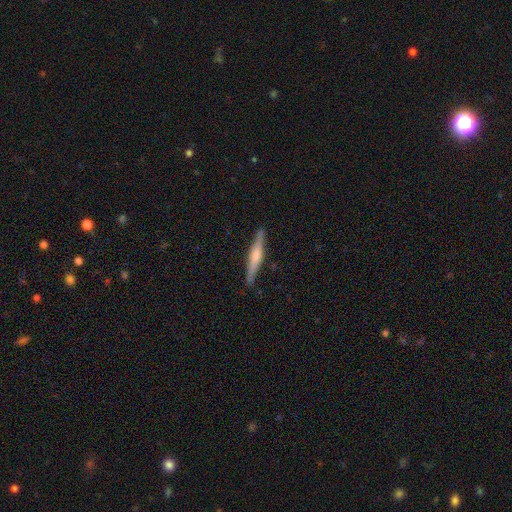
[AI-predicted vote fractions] smooth-or-featured: featured or disk: 61% | smooth: 34% | star or artifact: 5%
  disk-edge-on: yes: 97% | no: 3%
    edge-on-bulge: rounded: 66% | boxy: 23% | none: 12%
  merging: none: 87% | minor disturbance: 9% | major disturbance: 2% | merger: 1%